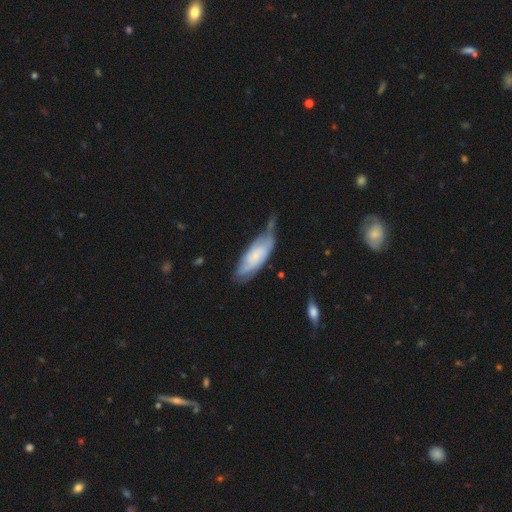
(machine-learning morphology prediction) This appears to be a featured or disk galaxy (49%). Merging: none (39%).